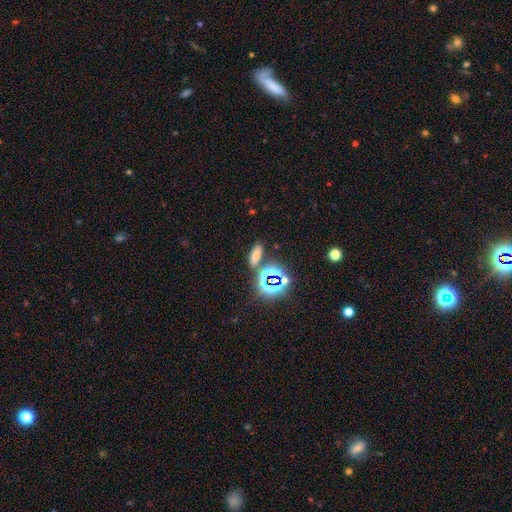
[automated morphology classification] Smooth or featured: smooth — 61% (star or artifact — 30%)
How rounded: in between — 67% (cigar-shaped — 23%)
Merging: none — 74% (merger — 13%)